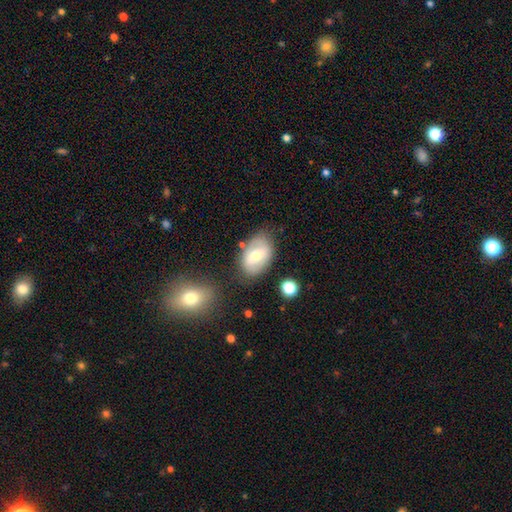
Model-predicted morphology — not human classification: Smooth or featured?
  - smooth: 54% *
  - featured or disk: 39%
  - star or artifact: 7%
How rounded?
  - in between: 86% *
  - round: 12%
  - cigar-shaped: 1%
Merging?
  - none: 71% *
  - minor disturbance: 18%
  - major disturbance: 6%
  - merger: 5%